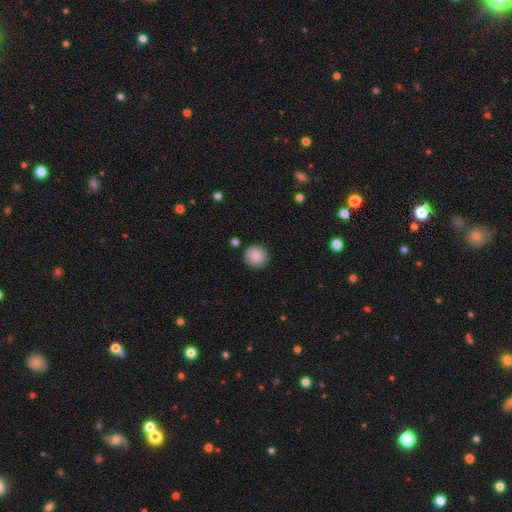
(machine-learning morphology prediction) Smooth or featured?
  - smooth: 83% *
  - featured or disk: 10%
  - star or artifact: 7%
How rounded?
  - round: 92% *
  - in between: 7%
  - cigar-shaped: 1%
Merging?
  - none: 86% *
  - minor disturbance: 10%
  - major disturbance: 2%
  - merger: 2%